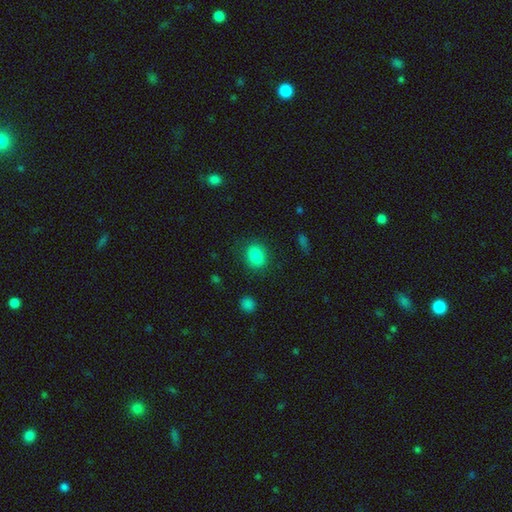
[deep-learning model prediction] Smooth or featured: smooth — 86% (star or artifact — 10%)
How rounded: in between — 59% (round — 39%)
Merging: none — 84% (minor disturbance — 10%)